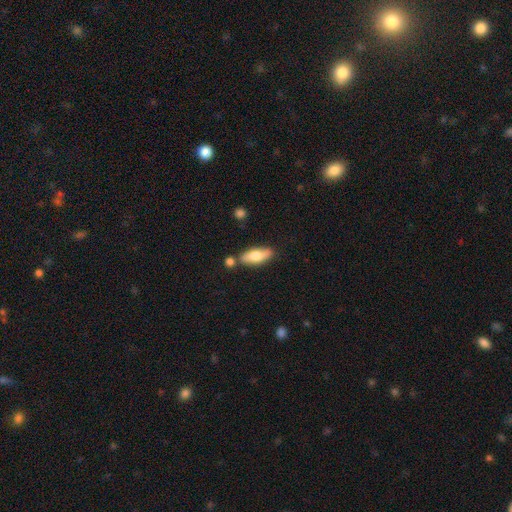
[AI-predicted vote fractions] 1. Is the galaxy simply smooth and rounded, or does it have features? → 68% smooth, 26% featured or disk, 6% star or artifact.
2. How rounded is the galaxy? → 71% in between, 26% cigar-shaped, 3% round.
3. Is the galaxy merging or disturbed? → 74% none, 13% minor disturbance, 10% merger, 3% major disturbance.